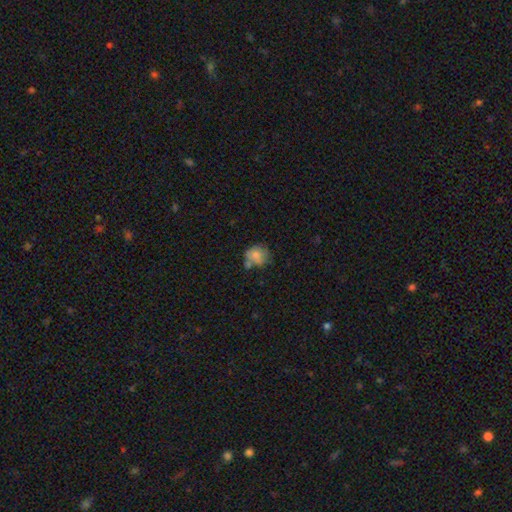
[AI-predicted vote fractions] Smooth or featured: smooth — 73% (featured or disk — 18%)
How rounded: round — 72% (in between — 27%)
Merging: none — 46% (minor disturbance — 25%)